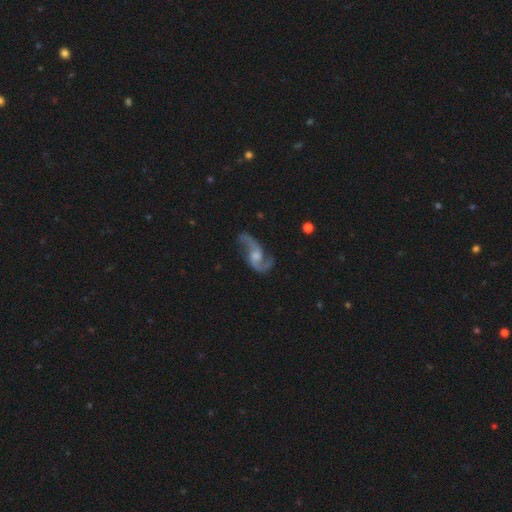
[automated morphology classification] smooth_or_featured: featured or disk (p=0.89) [alt: smooth p=0.06]
disk_edge_on: no (p=0.97) [alt: yes p=0.03]
bar: no (p=0.49) [alt: weak p=0.42]
has_spiral_arms: yes (p=0.97) [alt: no p=0.03]
spiral_winding: loose (p=0.69) [alt: medium p=0.27]
spiral_arm_count: 2 (p=0.93) [alt: can't tell p=0.02]
bulge_size: moderate (p=0.41) [alt: small p=0.33]
merging: none (p=0.71) [alt: minor disturbance p=0.17]